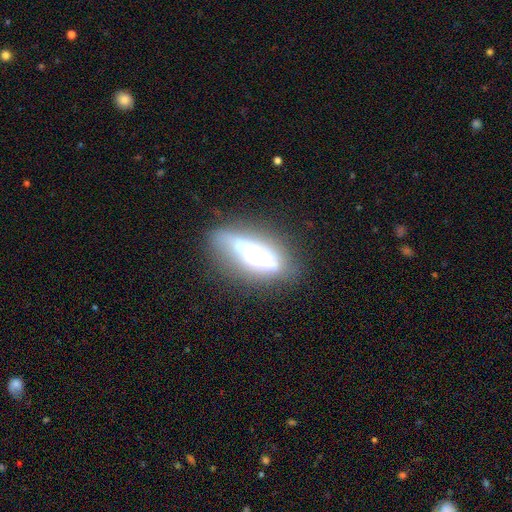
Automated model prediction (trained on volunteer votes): The model was most divided on "edge-on disk": yes: 61%, no: 39%. More confident: merging — none (62%); smooth or featured — featured or disk (61%).